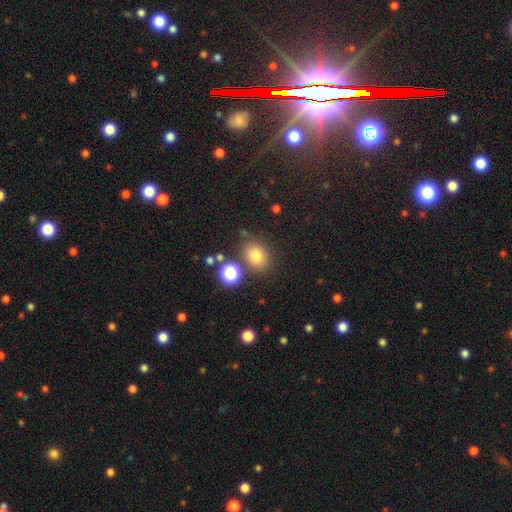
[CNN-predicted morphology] A smooth galaxy with no disk features (78%) that is round (57%).

Vote fractions:
- Smooth or featured? smooth: 78% / star or artifact: 15% / featured or disk: 8%
- How rounded? round: 57% / in between: 42% / cigar-shaped: 1%
- Merging? none: 75% / minor disturbance: 12% / merger: 9% / major disturbance: 4%